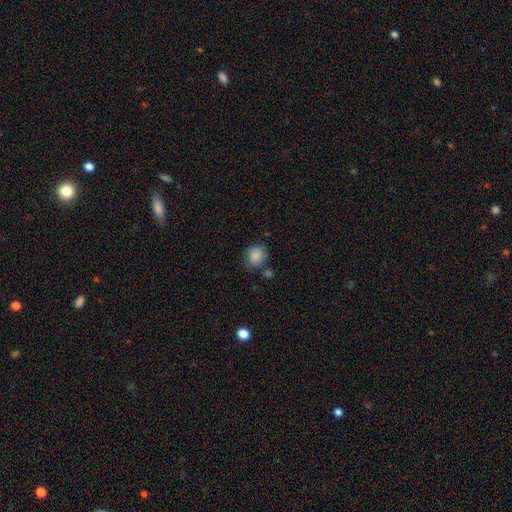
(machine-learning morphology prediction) type=smooth (83%); roundness=round (68%); merging=none (68%).